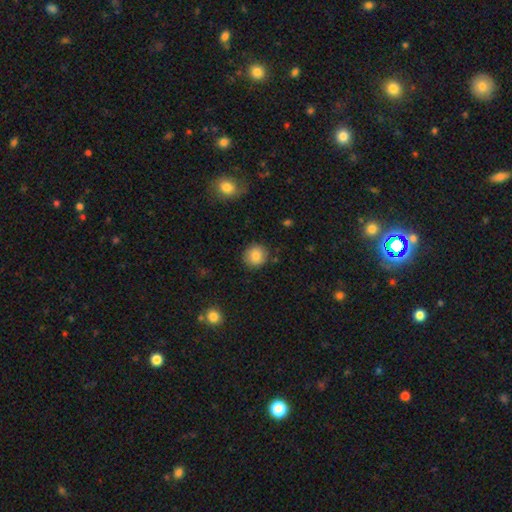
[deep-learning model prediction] Smooth or featured? smooth (85%)
How rounded? round (89%)
Merging? none (87%)